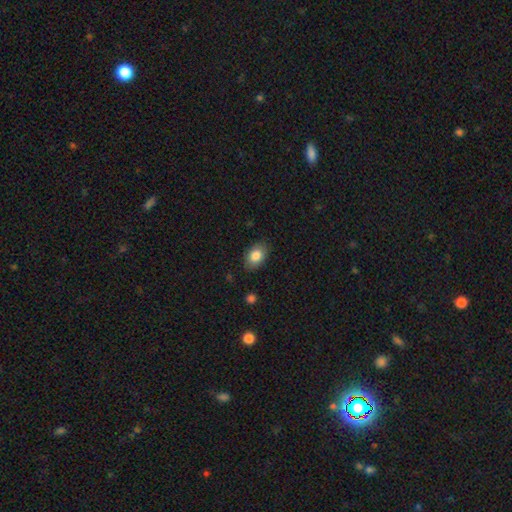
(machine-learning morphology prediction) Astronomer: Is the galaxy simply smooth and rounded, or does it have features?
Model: smooth — 84%.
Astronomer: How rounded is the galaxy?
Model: in between — 85%.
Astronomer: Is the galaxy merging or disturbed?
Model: none — 85%.